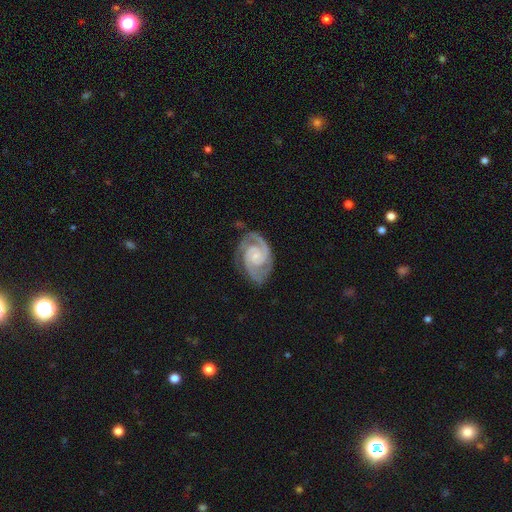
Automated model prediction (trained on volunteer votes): featured or disk 92%, smooth 4%, star or artifact 4%. Down the decision tree: edge-on disk — no (98%); bar — no (61%); spiral arms — yes (99%); spiral arm count — 2 (90%); spiral winding — tight (61%); bulge size — small (62%); merging — none (79%).